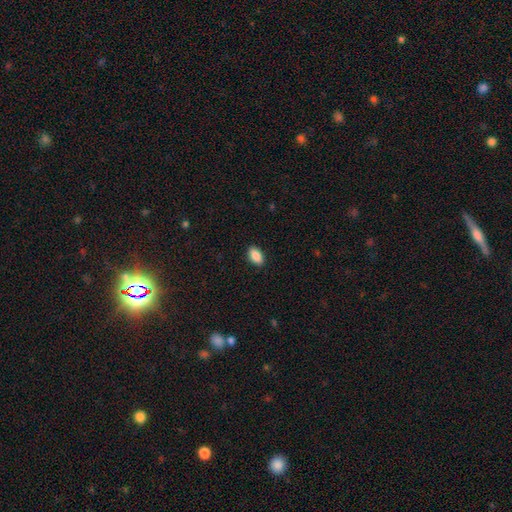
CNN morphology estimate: Overall: smooth (89%). How rounded: in between (93%). Merging: none (90%).